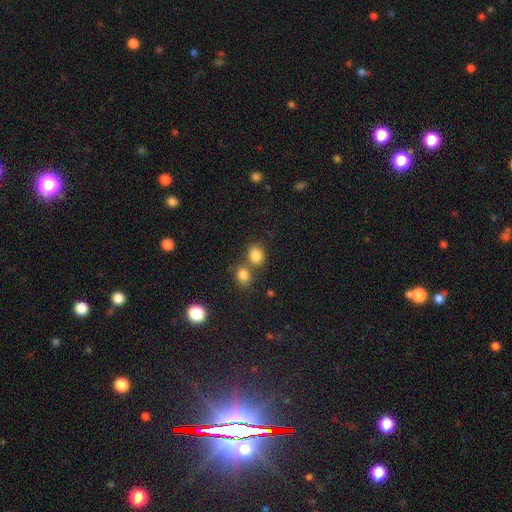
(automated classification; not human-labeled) smooth 83%, star or artifact 11%, featured or disk 6%. Down the decision tree: how rounded — round (73%); merging — none (53%).